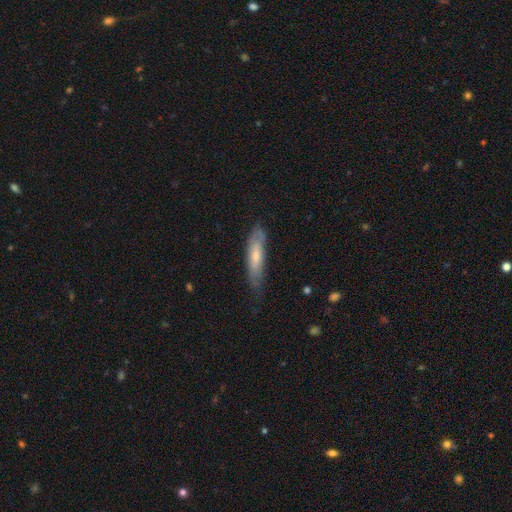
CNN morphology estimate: Smooth or featured? Predicted: smooth (p=0.55). How rounded? Predicted: cigar-shaped (p=0.67). Merging? Predicted: none (p=0.62).